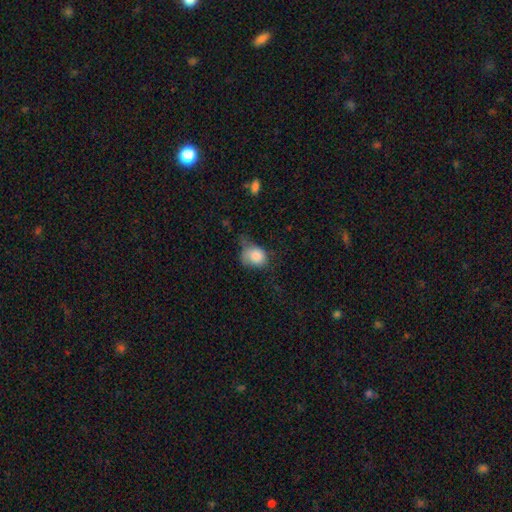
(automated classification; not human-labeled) This appears to be a smooth galaxy with no disk features (83%) that is round (54%). Merging: minor disturbance (41%).